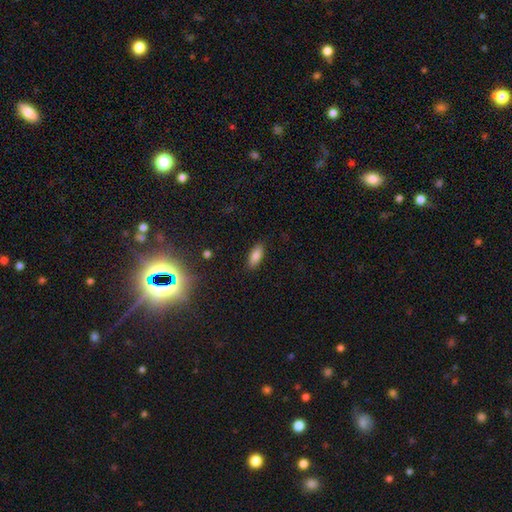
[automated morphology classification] The model was most divided on "how rounded": in between: 78%, cigar-shaped: 20%, round: 2%. More confident: merging — none (87%); smooth or featured — smooth (83%).